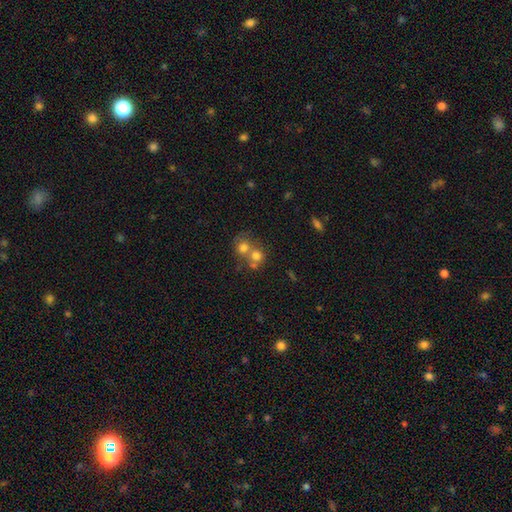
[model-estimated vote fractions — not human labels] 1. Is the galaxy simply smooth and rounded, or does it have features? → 68% smooth, 18% featured or disk, 14% star or artifact.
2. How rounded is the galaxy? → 80% round, 19% in between, 1% cigar-shaped.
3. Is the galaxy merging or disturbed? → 59% merger, 32% none, 6% minor disturbance, 3% major disturbance.